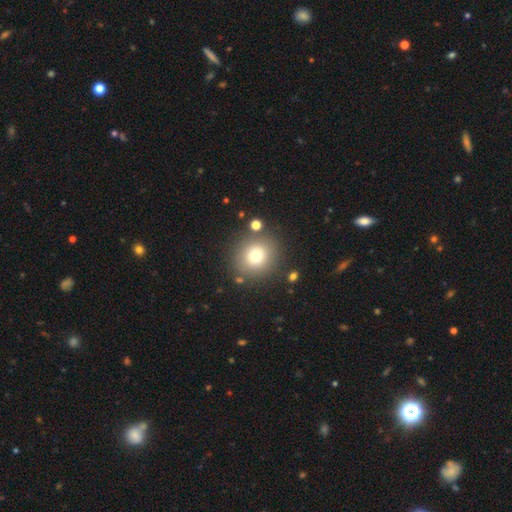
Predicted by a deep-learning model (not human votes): Q: Smooth or featured?
A: smooth (75%); runner-up: star or artifact (13%)
Q: How rounded?
A: round (88%); runner-up: in between (12%)
Q: Merging?
A: none (84%); runner-up: minor disturbance (8%)